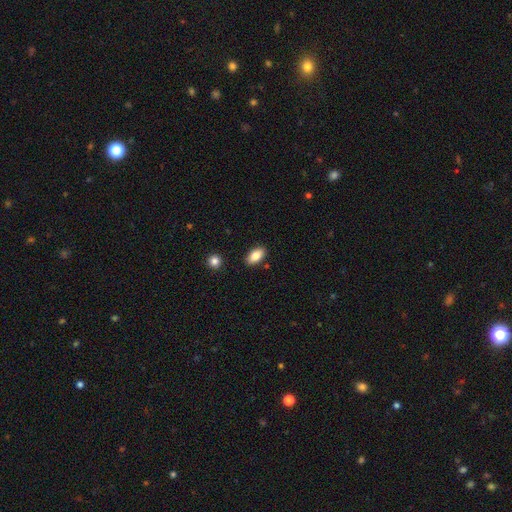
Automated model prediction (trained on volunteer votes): smooth 85%, featured or disk 8%, star or artifact 7%. Down the decision tree: how rounded — in between (92%); merging — none (88%).